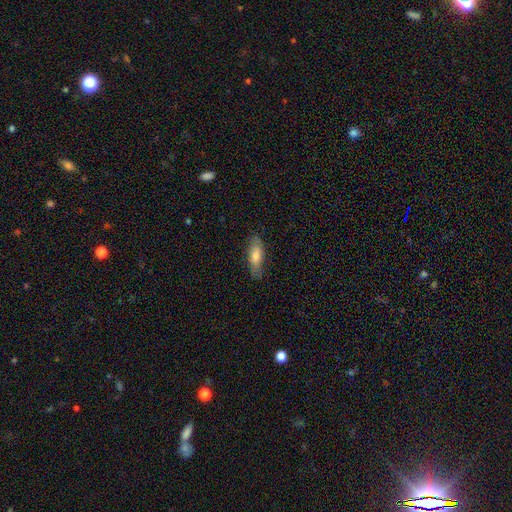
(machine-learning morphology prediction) Q: Smooth or featured?
A: smooth (69%); runner-up: featured or disk (25%)
Q: How rounded?
A: in between (52%); runner-up: cigar-shaped (46%)
Q: Merging?
A: none (79%); runner-up: minor disturbance (17%)